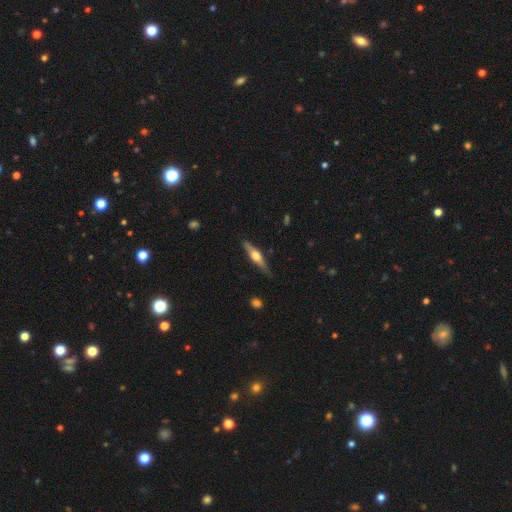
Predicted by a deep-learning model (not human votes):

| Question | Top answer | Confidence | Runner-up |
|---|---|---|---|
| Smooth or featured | featured or disk | 65% | smooth (30%) |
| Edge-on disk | yes | 96% | no (4%) |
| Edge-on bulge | rounded | 93% | boxy (4%) |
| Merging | none | 84% | minor disturbance (12%) |